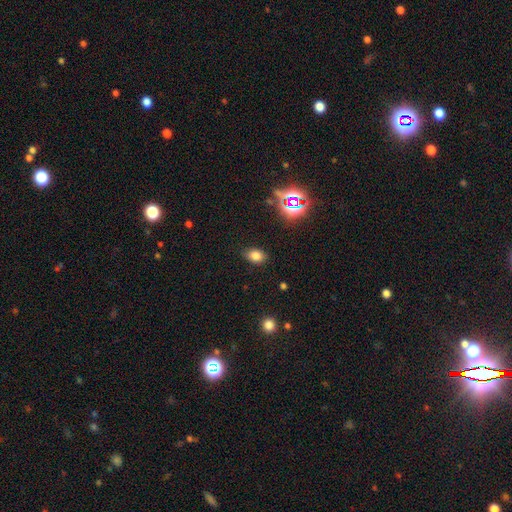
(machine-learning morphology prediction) Overall: smooth (75%). How rounded: in between (80%). Merging: none (85%).